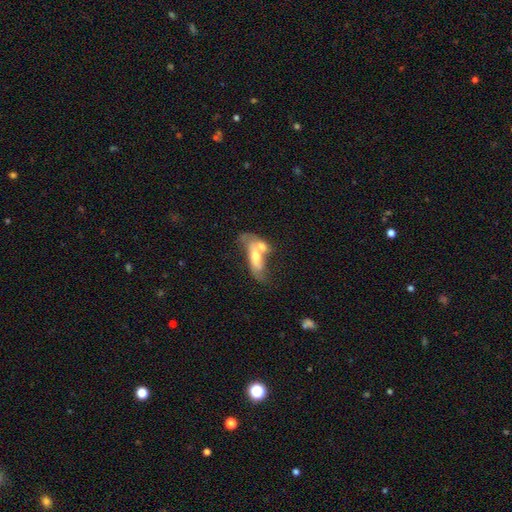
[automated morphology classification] smooth-or-featured: featured or disk: 52% | smooth: 40% | star or artifact: 8%
  disk-edge-on: no: 84% | yes: 16%
  merging: merger: 60% | none: 15% | major disturbance: 14% | minor disturbance: 10%